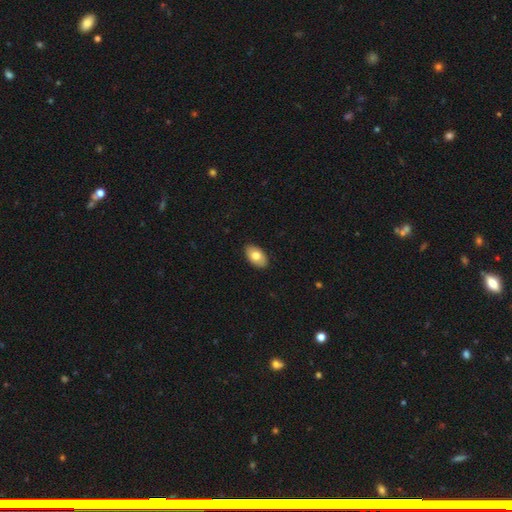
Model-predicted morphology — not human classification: A smooth galaxy with no disk features (77%) that is in between round and cigar-shaped (93%).

Vote fractions:
- Smooth or featured? smooth: 77% / featured or disk: 16% / star or artifact: 6%
- How rounded? in between: 93% / round: 6% / cigar-shaped: 1%
- Merging? none: 89% / minor disturbance: 8% / major disturbance: 2% / merger: 1%